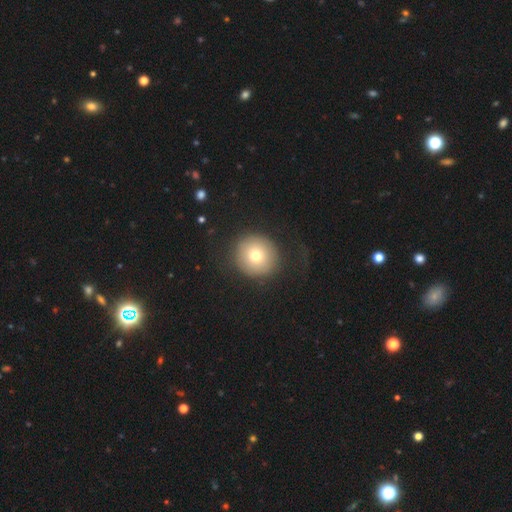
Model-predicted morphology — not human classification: Smooth or featured?
  - smooth: 72% *
  - featured or disk: 18%
  - star or artifact: 10%
How rounded?
  - round: 91% *
  - in between: 8%
  - cigar-shaped: 1%
Merging?
  - none: 79% *
  - minor disturbance: 11%
  - major disturbance: 9%
  - merger: 1%